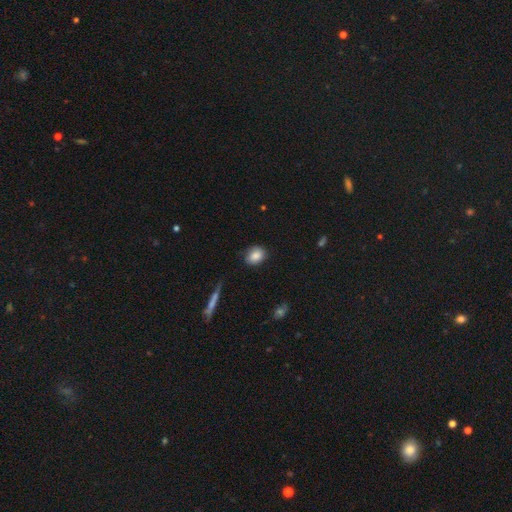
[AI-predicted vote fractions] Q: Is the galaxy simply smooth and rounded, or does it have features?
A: smooth — 85%.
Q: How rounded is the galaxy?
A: in between — 60%.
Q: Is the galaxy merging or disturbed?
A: none — 80%.